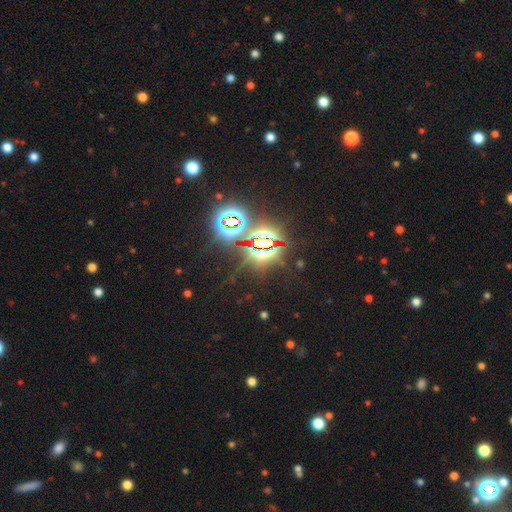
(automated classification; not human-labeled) A star or artifact, not a galaxy (83%).

Vote fractions:
- Smooth or featured? star or artifact: 83% / smooth: 11% / featured or disk: 6%